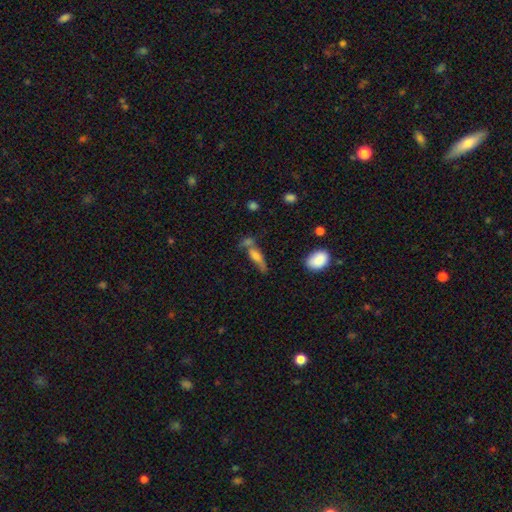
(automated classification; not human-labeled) A smooth galaxy with no disk features (58%) that is cigar-shaped (51%).

Vote fractions:
- Smooth or featured? smooth: 58% / featured or disk: 30% / star or artifact: 12%
- How rounded? cigar-shaped: 51% / in between: 44% / round: 5%
- Merging? none: 38% / merger: 28% / minor disturbance: 20% / major disturbance: 14%